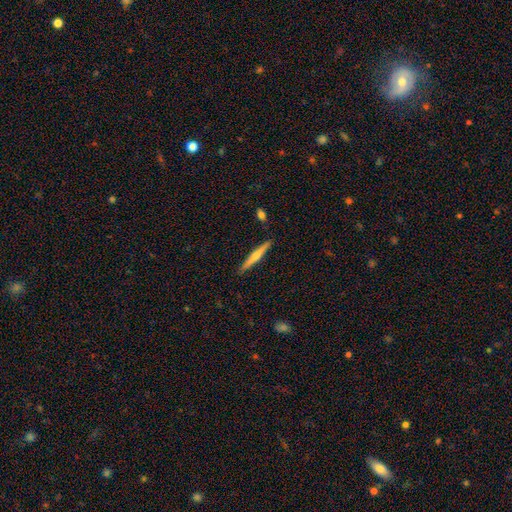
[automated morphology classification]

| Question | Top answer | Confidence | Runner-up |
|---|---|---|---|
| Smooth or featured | featured or disk | 58% | smooth (36%) |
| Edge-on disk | yes | 97% | no (3%) |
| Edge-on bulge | rounded | 84% | none (12%) |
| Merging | none | 90% | minor disturbance (7%) |